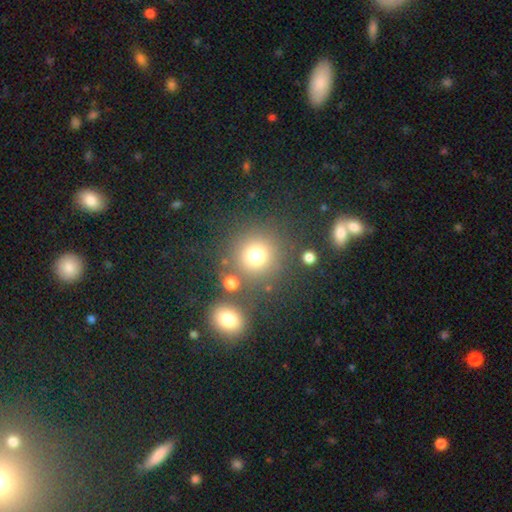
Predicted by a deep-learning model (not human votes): Smooth or featured? smooth (74%)
How rounded? round (92%)
Merging? none (76%)